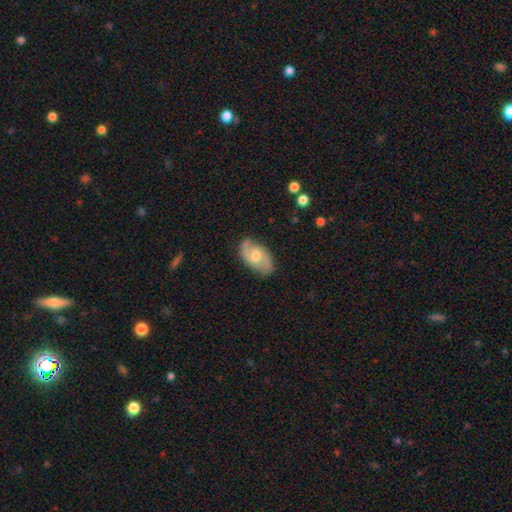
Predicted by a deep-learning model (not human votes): A featured or disk galaxy (70%) with no bar (51%), 2 (84%) medium (44%) spiral arms (90%) and a moderate central bulge (68%). Merging: none (77%).